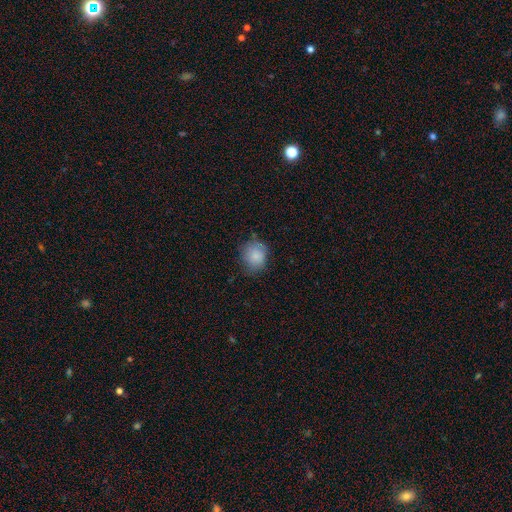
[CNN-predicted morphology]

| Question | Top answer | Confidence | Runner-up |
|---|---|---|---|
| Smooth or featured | smooth | 84% | star or artifact (8%) |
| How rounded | round | 77% | in between (22%) |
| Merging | none | 69% | minor disturbance (24%) |